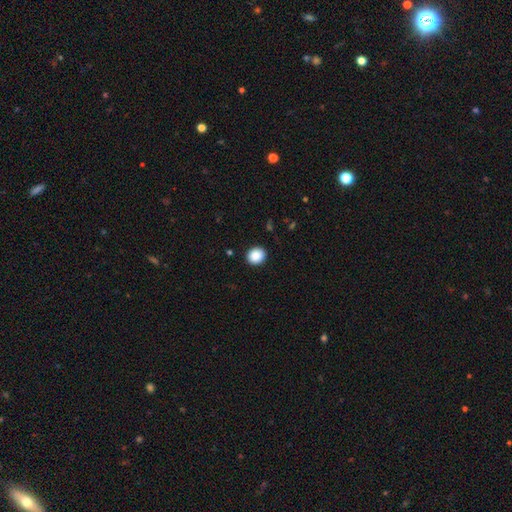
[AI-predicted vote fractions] A smooth galaxy with no disk features (89%) that is round (81%).

Vote fractions:
- Smooth or featured? smooth: 89% / star or artifact: 8% / featured or disk: 3%
- How rounded? round: 81% / in between: 18% / cigar-shaped: 1%
- Merging? none: 92% / minor disturbance: 6% / major disturbance: 2% / merger: 1%